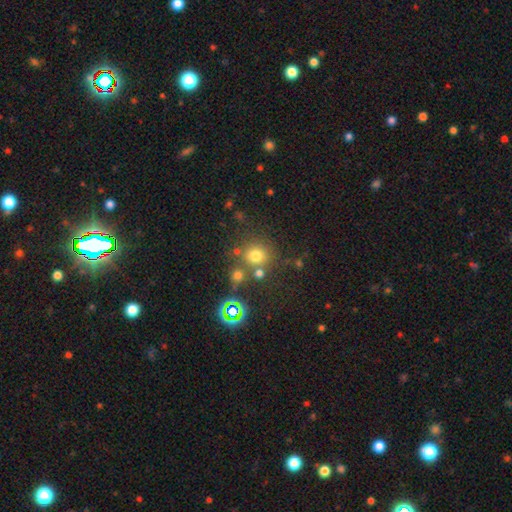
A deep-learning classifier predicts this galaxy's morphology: A smooth galaxy with no disk features (69%) that is round (88%).

Vote fractions:
- Smooth or featured? smooth: 69% / star or artifact: 22% / featured or disk: 8%
- How rounded? round: 88% / in between: 11% / cigar-shaped: 1%
- Merging? none: 69% / merger: 15% / minor disturbance: 10% / major disturbance: 5%